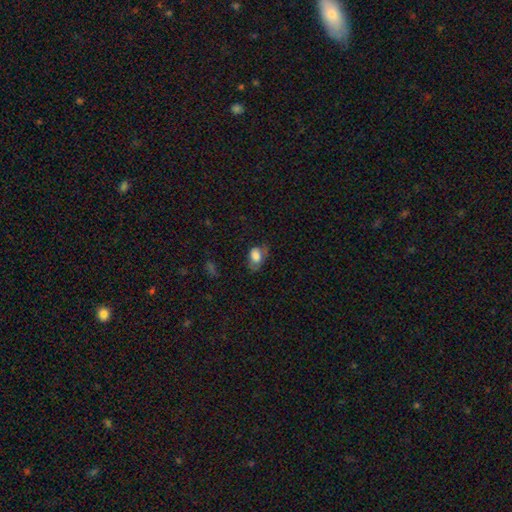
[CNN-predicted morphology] A smooth galaxy with no disk features (76%) that is in between round and cigar-shaped (84%).

Vote fractions:
- Smooth or featured? smooth: 76% / featured or disk: 15% / star or artifact: 9%
- How rounded? in between: 84% / round: 14% / cigar-shaped: 2%
- Merging? none: 45% / minor disturbance: 33% / major disturbance: 20% / merger: 2%